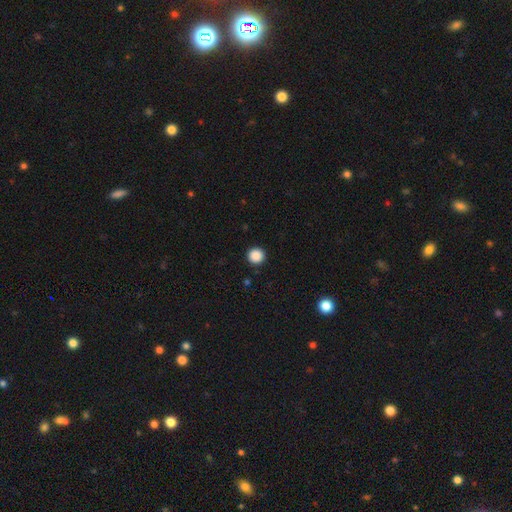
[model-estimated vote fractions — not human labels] Smooth or featured: smooth — 88% (star or artifact — 10%)
How rounded: round — 95% (in between — 4%)
Merging: none — 93% (minor disturbance — 5%)